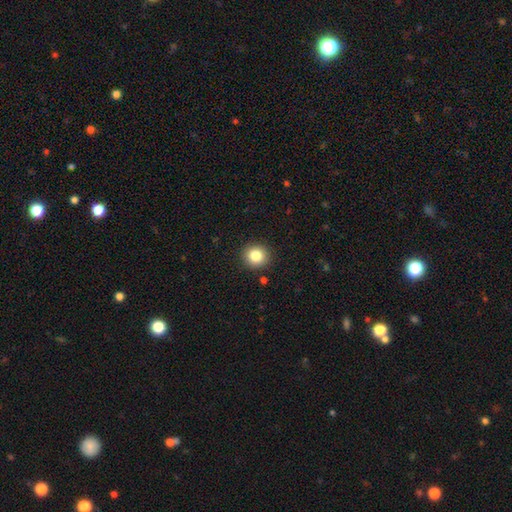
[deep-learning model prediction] smooth-or-featured: smooth: 83% | star or artifact: 10% | featured or disk: 7%
  how-rounded: round: 88% | in between: 11% | cigar-shaped: 1%
  merging: none: 91% | minor disturbance: 6% | major disturbance: 2% | merger: 1%